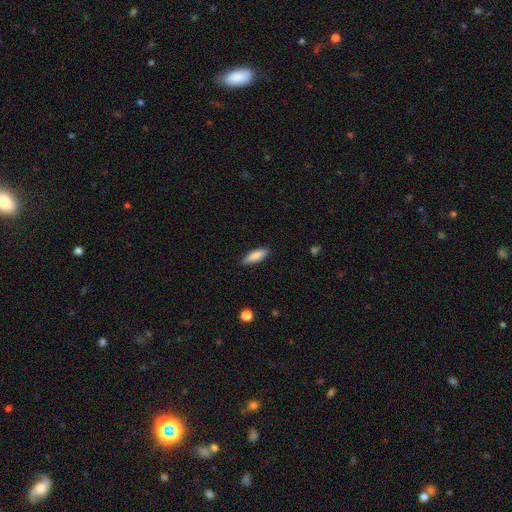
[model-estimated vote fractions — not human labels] The model was most divided on "how rounded": cigar-shaped: 52%, in between: 46%, round: 2%. More confident: merging — none (87%); smooth or featured — smooth (83%).